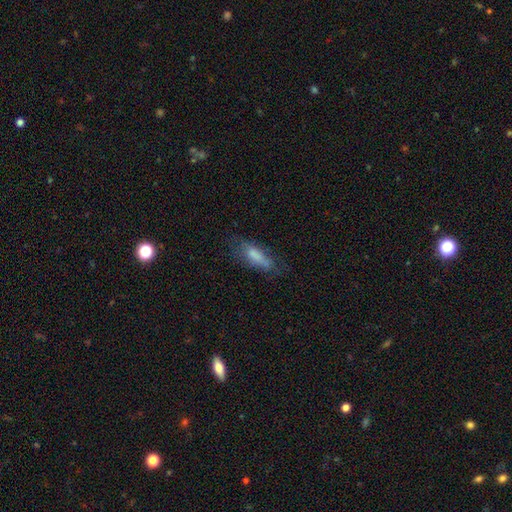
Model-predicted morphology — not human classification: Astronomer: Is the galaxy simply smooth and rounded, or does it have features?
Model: smooth — 72%.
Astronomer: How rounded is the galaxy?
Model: in between — 53% (runner-up: cigar-shaped, 45%).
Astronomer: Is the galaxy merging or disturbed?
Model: none — 57%.